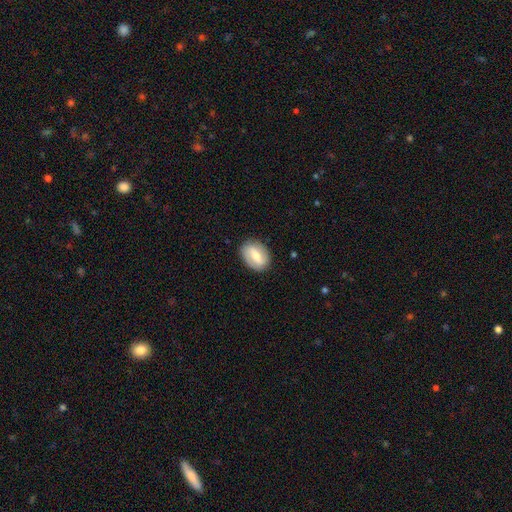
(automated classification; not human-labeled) Smooth or featured?
  - featured or disk: 57% *
  - smooth: 37%
  - star or artifact: 6%
Edge-on disk?
  - no: 95% *
  - yes: 5%
Bar?
  - weak: 44% *
  - strong: 39%
  - no: 17%
Spiral arms?
  - yes: 75% *
  - no: 25%
Bulge size?
  - moderate: 59% *
  - small: 29%
  - large: 7%
  - none: 3%
  - dominant: 1%
Merging?
  - none: 85% *
  - minor disturbance: 11%
  - major disturbance: 3%
  - merger: 1%